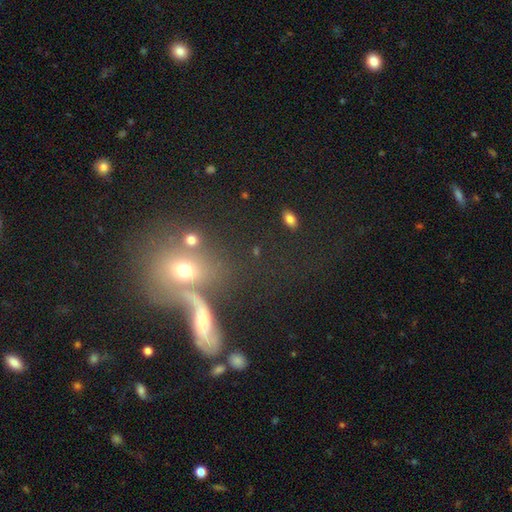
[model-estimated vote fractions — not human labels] Smooth or featured: smooth — 42% (star or artifact — 30%)
Merging: merger — 51% (none — 31%)